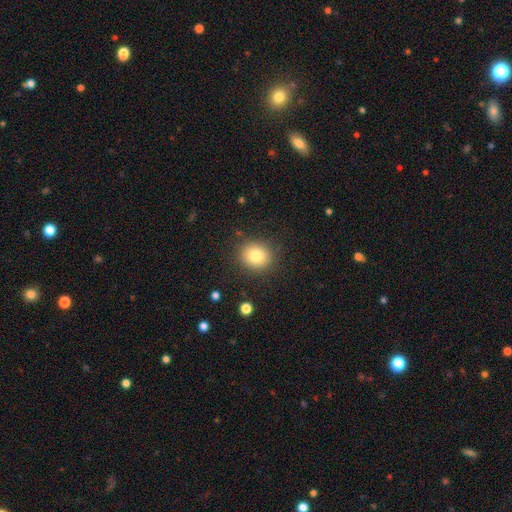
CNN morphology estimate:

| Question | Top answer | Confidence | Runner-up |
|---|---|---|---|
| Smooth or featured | smooth | 80% | star or artifact (11%) |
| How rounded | round | 80% | in between (19%) |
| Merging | none | 87% | minor disturbance (8%) |